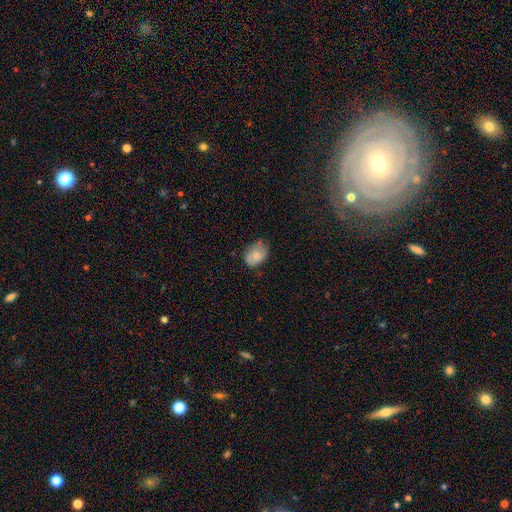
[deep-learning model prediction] This appears to be a smooth galaxy with no disk features (72%) that is in between round and cigar-shaped (75%). Merging: none (56%).